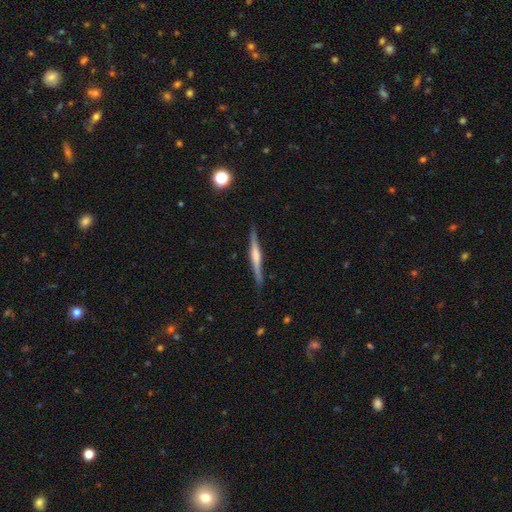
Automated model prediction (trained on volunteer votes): A featured or disk galaxy (67%) viewed edge-on (98%) with a rounded central bulge (57%).

Vote fractions:
- Smooth or featured? featured or disk: 67% / smooth: 27% / star or artifact: 6%
- Edge-on disk? yes: 98% / no: 2%
- Edge-on bulge? rounded: 57% / boxy: 22% / none: 21%
- Merging? none: 88% / minor disturbance: 9% / major disturbance: 2% / merger: 1%